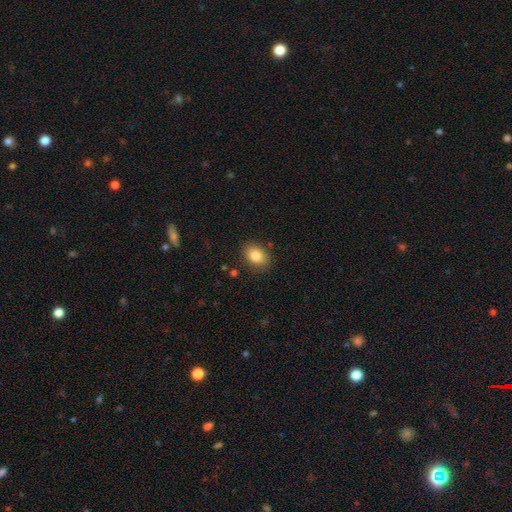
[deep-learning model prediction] A smooth galaxy with no disk features (84%) that is in between round and cigar-shaped (71%).

Vote fractions:
- Smooth or featured? smooth: 84% / star or artifact: 9% / featured or disk: 7%
- How rounded? in between: 71% / round: 28% / cigar-shaped: 1%
- Merging? none: 85% / minor disturbance: 11% / major disturbance: 3% / merger: 2%